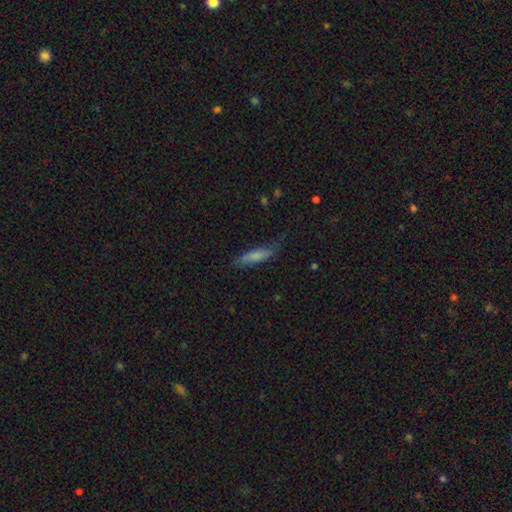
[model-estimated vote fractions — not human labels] Q: Smooth or featured?
A: smooth (73%); runner-up: featured or disk (20%)
Q: How rounded?
A: cigar-shaped (73%); runner-up: in between (25%)
Q: Merging?
A: none (68%); runner-up: minor disturbance (23%)